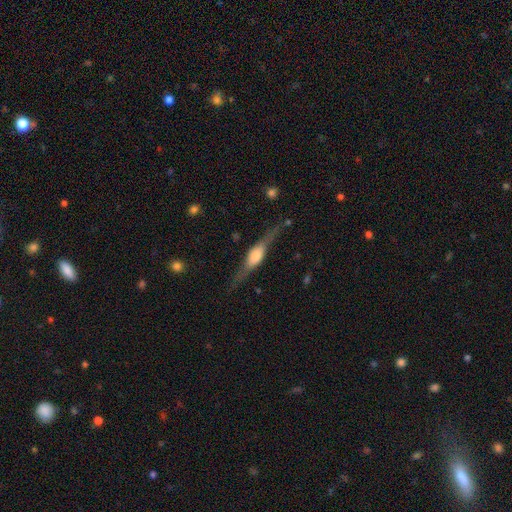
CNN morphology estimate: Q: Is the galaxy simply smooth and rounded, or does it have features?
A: featured or disk — 72%.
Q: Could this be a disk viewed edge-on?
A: yes — 95%.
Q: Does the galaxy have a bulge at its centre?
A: rounded — 83%.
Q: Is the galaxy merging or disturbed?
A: none — 79%.